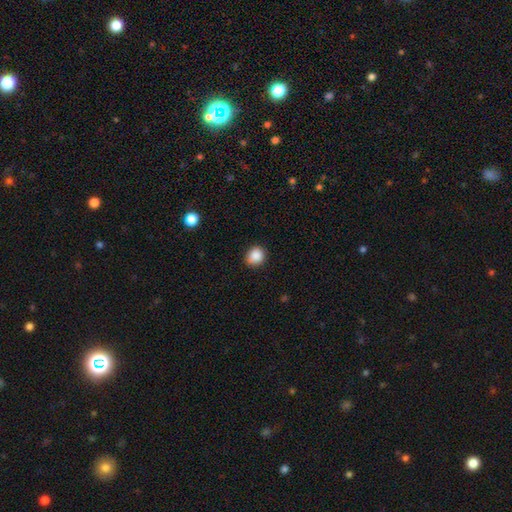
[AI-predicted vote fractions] Smooth or featured? Predicted: smooth (p=0.88). How rounded? Predicted: round (p=0.72). Merging? Predicted: none (p=0.83).